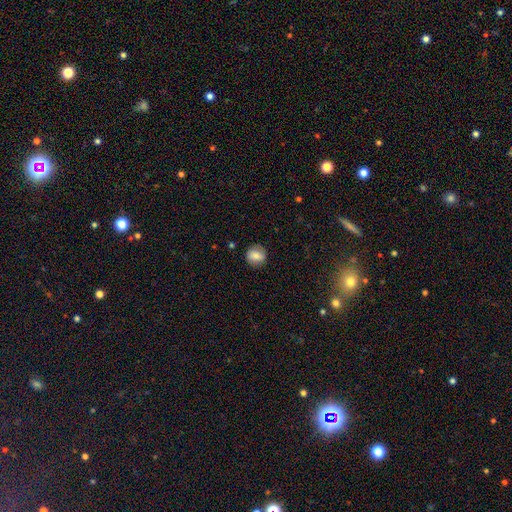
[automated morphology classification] Smooth or featured: smooth — 74% (featured or disk — 16%)
How rounded: round — 86% (in between — 13%)
Merging: none — 85% (minor disturbance — 11%)